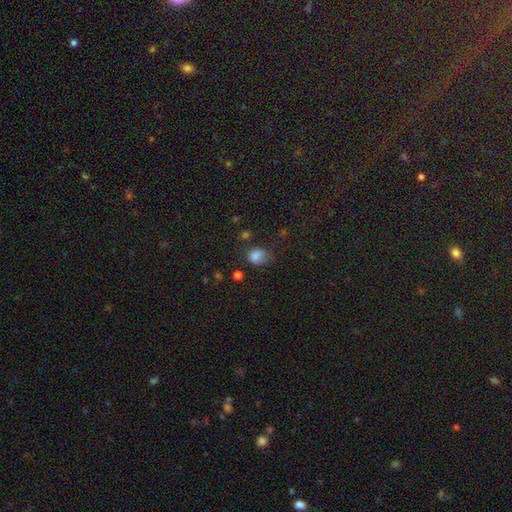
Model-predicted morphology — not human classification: Overall: smooth (80%). How rounded: in between (51%; round 48%). Merging: none (46%; minor disturbance 34%).